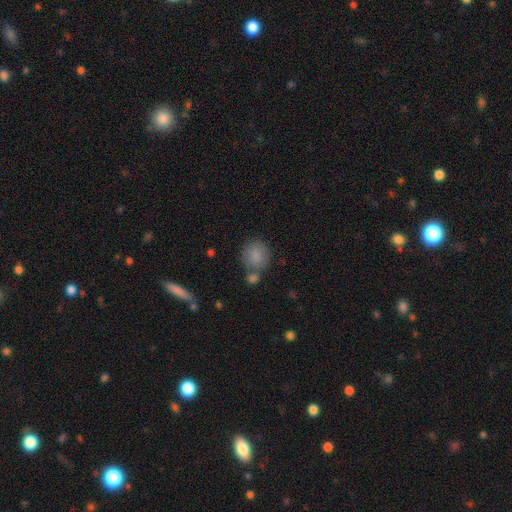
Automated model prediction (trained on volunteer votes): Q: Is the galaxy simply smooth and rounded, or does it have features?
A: smooth — 86%.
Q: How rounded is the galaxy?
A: round — 77%.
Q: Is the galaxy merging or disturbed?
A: none — 59%.